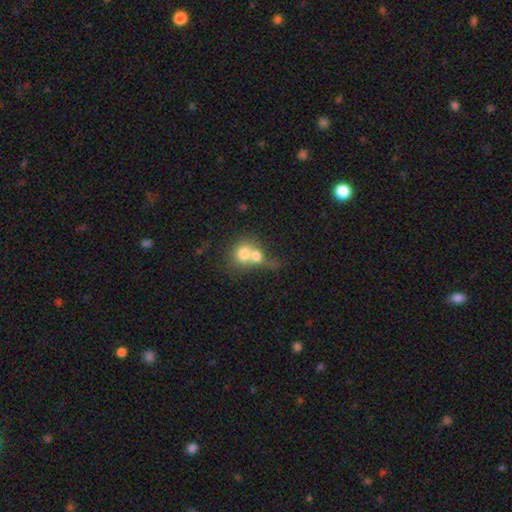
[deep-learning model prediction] Smooth or featured? Predicted: smooth (p=0.68). How rounded? Predicted: round (p=0.69). Merging? Predicted: merger (p=0.74).